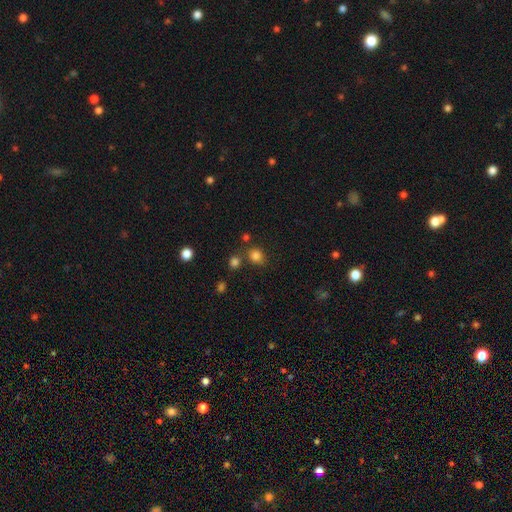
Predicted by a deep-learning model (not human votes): smooth-or-featured: smooth: 80% | star or artifact: 15% | featured or disk: 5%
  how-rounded: round: 73% | in between: 26% | cigar-shaped: 1%
  merging: none: 71% | merger: 13% | minor disturbance: 12% | major disturbance: 4%